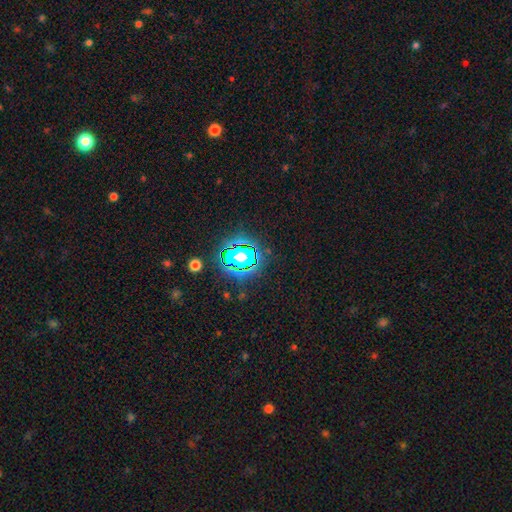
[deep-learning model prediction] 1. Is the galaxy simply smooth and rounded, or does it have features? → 81% star or artifact, 12% smooth, 7% featured or disk.